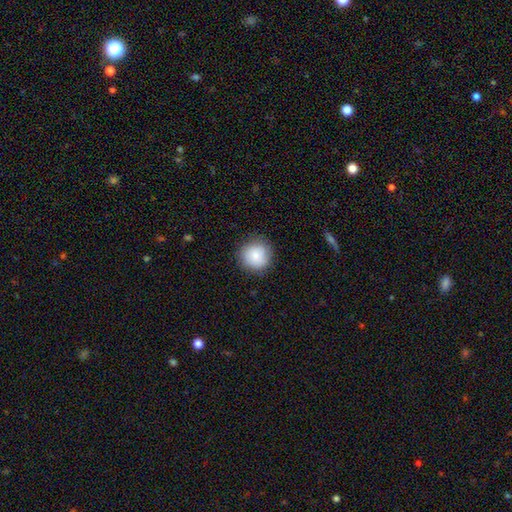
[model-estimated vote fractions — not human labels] Smooth or featured? smooth (83%)
How rounded? round (93%)
Merging? none (86%)